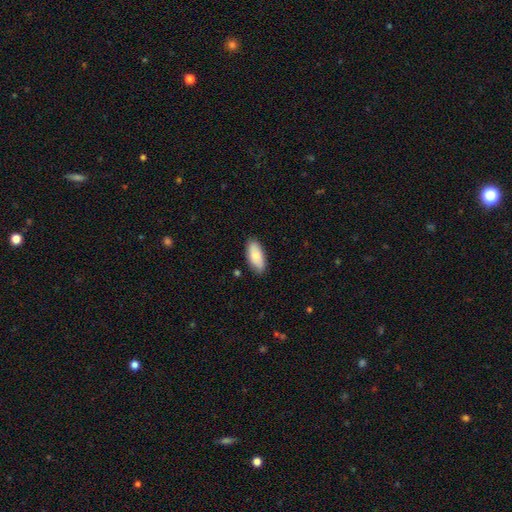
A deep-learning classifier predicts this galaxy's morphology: The model was most divided on "smooth or featured": smooth: 81%, featured or disk: 13%, star or artifact: 6%. More confident: how rounded — in between (88%); merging — none (84%).